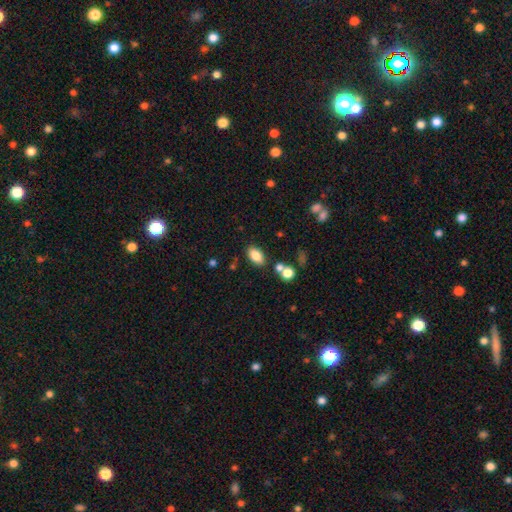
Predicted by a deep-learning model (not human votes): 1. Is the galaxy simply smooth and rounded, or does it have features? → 84% smooth, 9% star or artifact, 7% featured or disk.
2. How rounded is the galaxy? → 91% in between, 6% round, 3% cigar-shaped.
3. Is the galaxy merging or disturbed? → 77% none, 11% minor disturbance, 8% merger, 3% major disturbance.